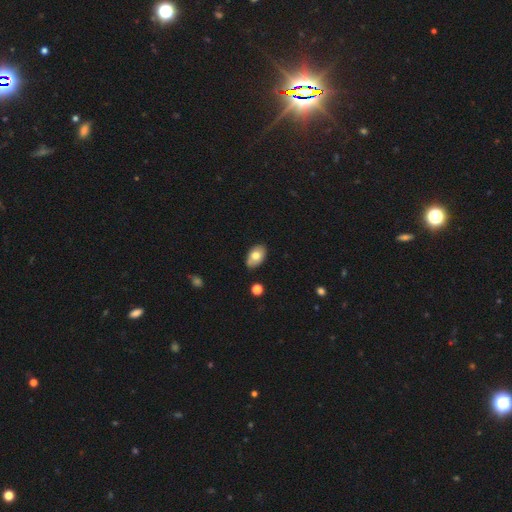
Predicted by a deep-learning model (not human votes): This is likely a smooth galaxy (74%). How rounded: clearly in between (89%). Merging: likely none (74%).